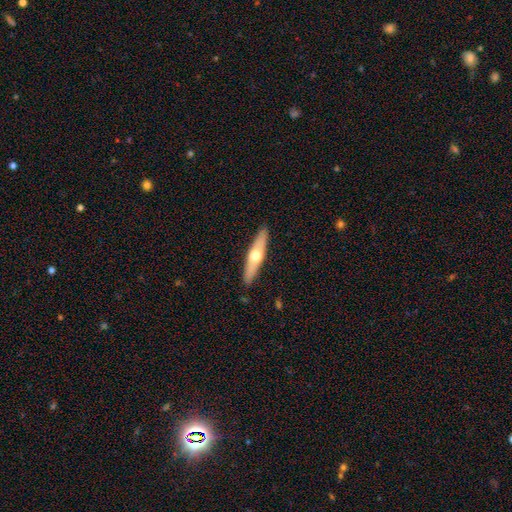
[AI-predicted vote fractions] Smooth or featured?
  - featured or disk: 52% *
  - smooth: 43%
  - star or artifact: 5%
Edge-on disk?
  - yes: 90% *
  - no: 10%
Merging?
  - none: 89% *
  - minor disturbance: 8%
  - major disturbance: 2%
  - merger: 1%